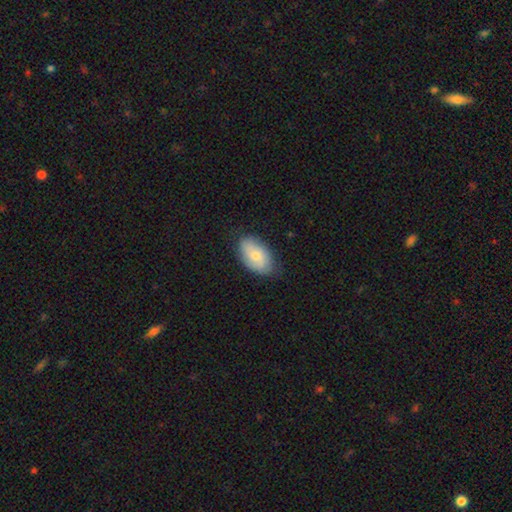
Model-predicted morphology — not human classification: Smooth or featured? smooth (65%)
How rounded? in between (93%)
Merging? none (76%)